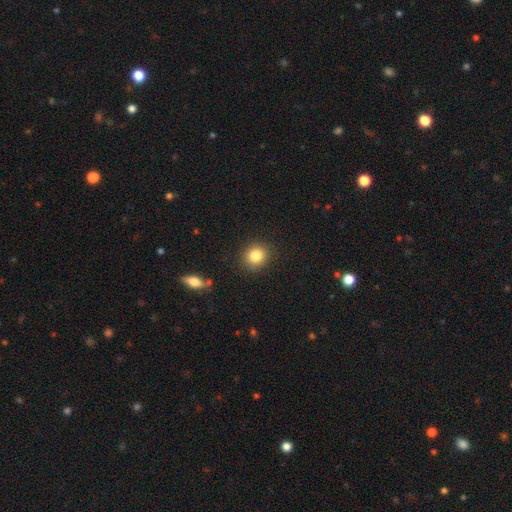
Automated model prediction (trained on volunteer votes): Smooth or featured? smooth (83%)
How rounded? round (81%)
Merging? none (87%)